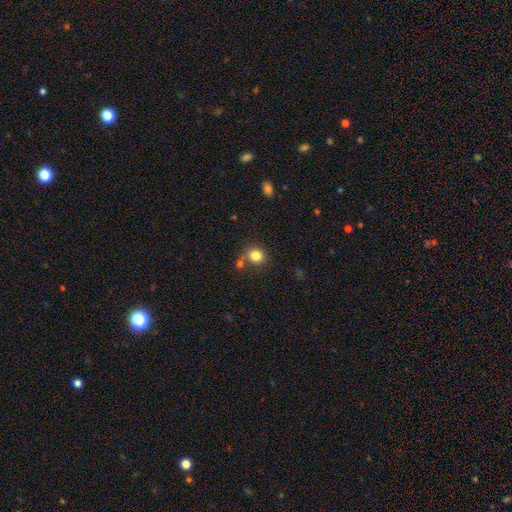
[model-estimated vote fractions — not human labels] Overall: smooth (82%). How rounded: round (75%). Merging: none (66%).